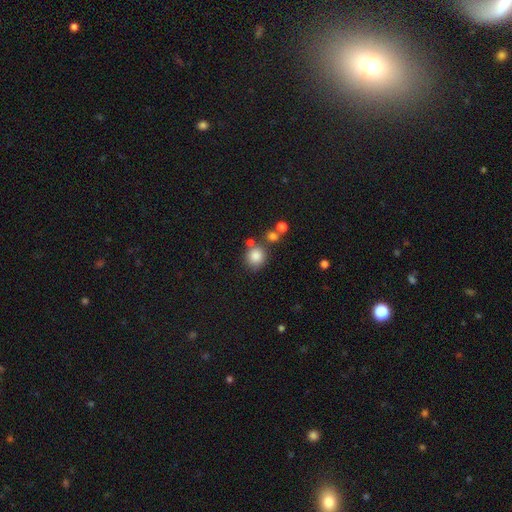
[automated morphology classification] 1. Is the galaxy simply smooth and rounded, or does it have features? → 84% smooth, 10% star or artifact, 6% featured or disk.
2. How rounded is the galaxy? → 85% round, 14% in between, 1% cigar-shaped.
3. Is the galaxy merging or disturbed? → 69% none, 14% merger, 12% minor disturbance, 4% major disturbance.